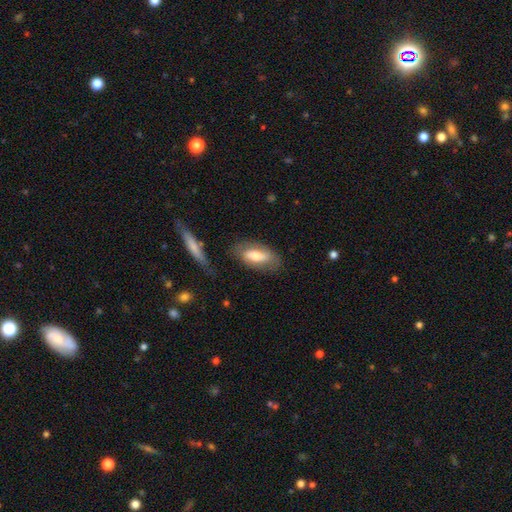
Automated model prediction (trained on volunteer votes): Overall: smooth (61%; featured or disk 33%). How rounded: in between (81%). Merging: none (71%).